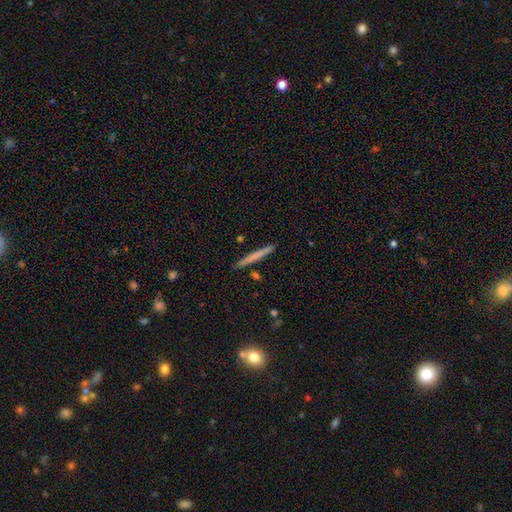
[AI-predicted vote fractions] This is likely a smooth galaxy (64%). How rounded: clearly cigar-shaped (97%). Merging: clearly none (90%).